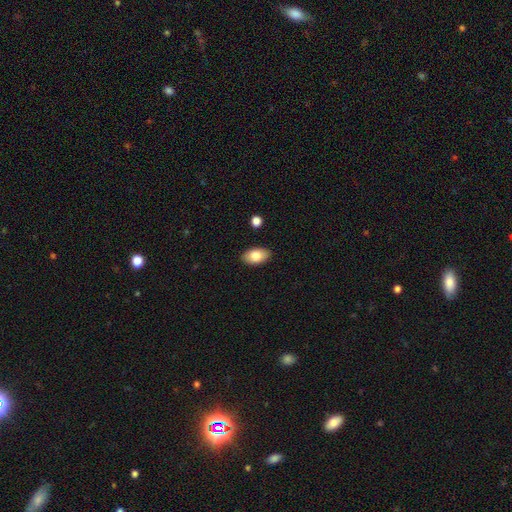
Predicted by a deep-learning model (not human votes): The model was most divided on "smooth or featured": smooth: 81%, featured or disk: 13%, star or artifact: 7%. More confident: how rounded — in between (93%); merging — none (89%).